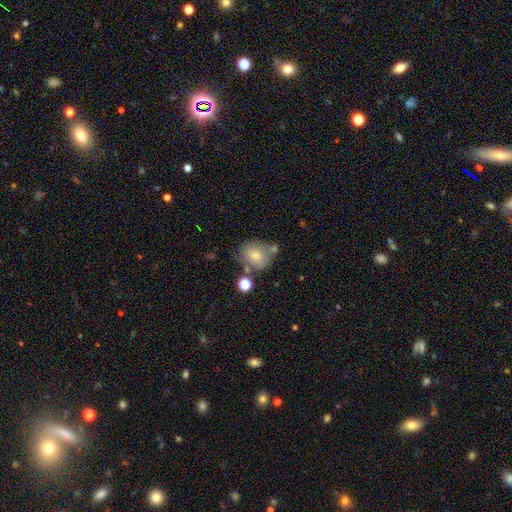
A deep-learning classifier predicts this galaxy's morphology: Smooth or featured?
  - smooth: 69% *
  - featured or disk: 21%
  - star or artifact: 10%
How rounded?
  - round: 60% *
  - in between: 39%
  - cigar-shaped: 1%
Merging?
  - none: 51% *
  - minor disturbance: 22%
  - merger: 18%
  - major disturbance: 9%